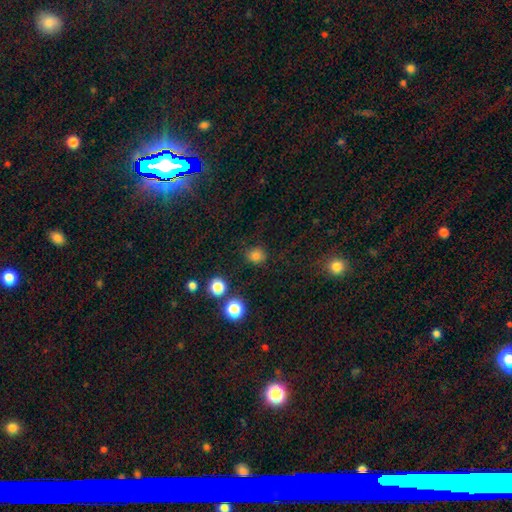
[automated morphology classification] This appears to be a smooth galaxy with no disk features (78%) that is round (83%). Merging: none (84%).